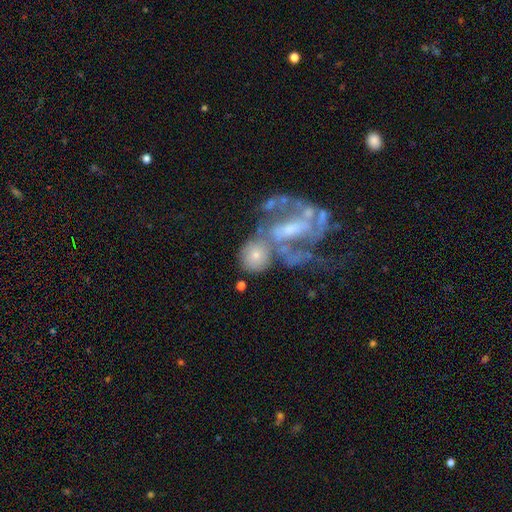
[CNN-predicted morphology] This is possibly a smooth galaxy (51%). How rounded: likely round (68%). Merging: possibly merger (48%).